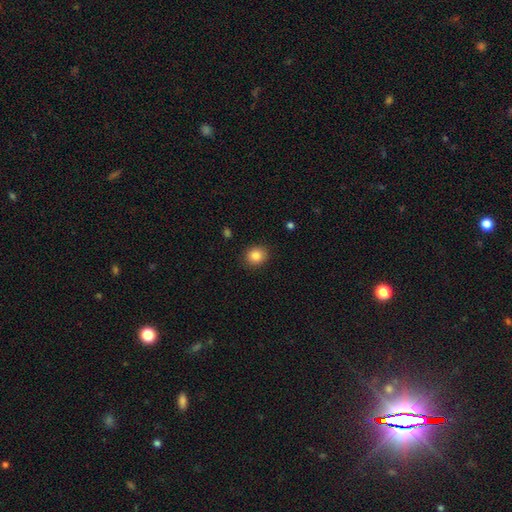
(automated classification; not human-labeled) smooth-or-featured: smooth: 85% | star or artifact: 10% | featured or disk: 5%
  how-rounded: round: 71% | in between: 28% | cigar-shaped: 1%
  merging: none: 89% | minor disturbance: 8% | major disturbance: 2% | merger: 1%